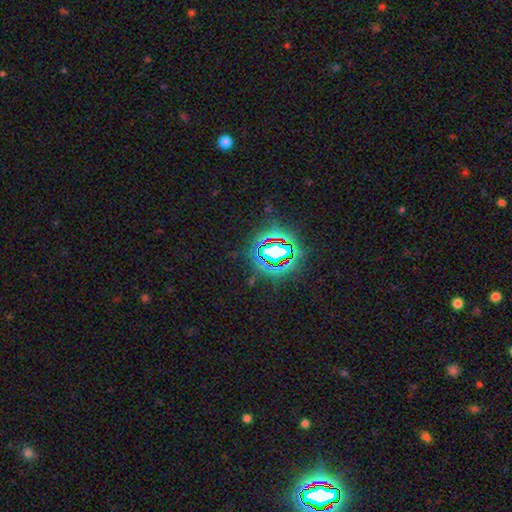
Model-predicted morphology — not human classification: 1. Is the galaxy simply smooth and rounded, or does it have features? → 84% star or artifact, 10% smooth, 7% featured or disk.